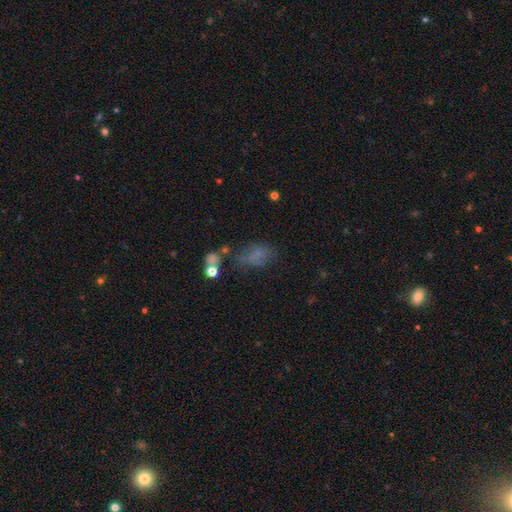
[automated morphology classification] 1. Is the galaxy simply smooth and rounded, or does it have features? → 55% smooth, 23% star or artifact, 22% featured or disk.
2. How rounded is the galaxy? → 80% in between, 15% round, 5% cigar-shaped.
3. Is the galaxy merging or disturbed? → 42% none, 24% major disturbance, 22% minor disturbance, 12% merger.